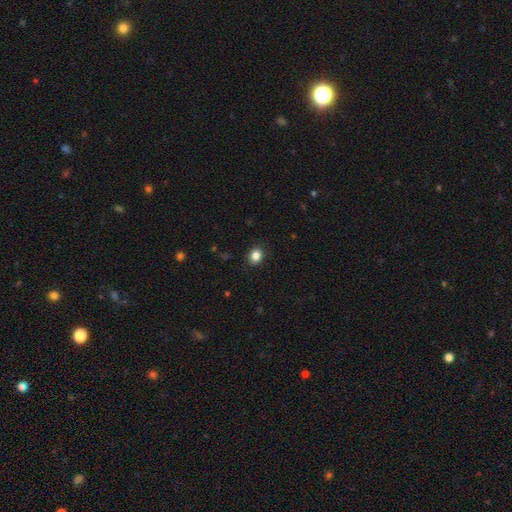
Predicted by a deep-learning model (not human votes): Q: Smooth or featured?
A: smooth (85%); runner-up: star or artifact (10%)
Q: How rounded?
A: round (58%); runner-up: in between (41%)
Q: Merging?
A: none (88%); runner-up: minor disturbance (8%)